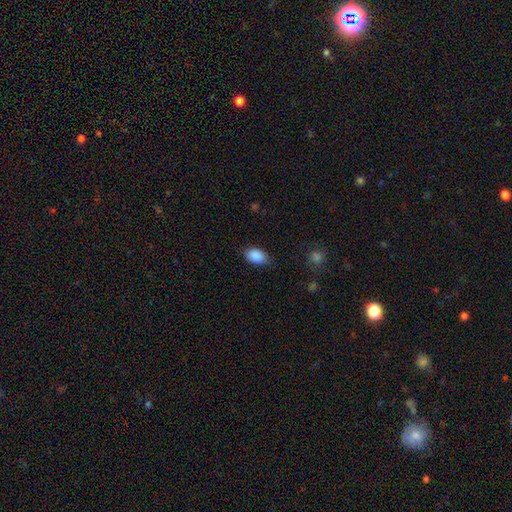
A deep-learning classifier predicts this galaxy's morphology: Smooth or featured?
  - smooth: 89% *
  - star or artifact: 7%
  - featured or disk: 4%
How rounded?
  - in between: 89% *
  - round: 10%
  - cigar-shaped: 1%
Merging?
  - none: 78% *
  - minor disturbance: 17%
  - major disturbance: 4%
  - merger: 1%